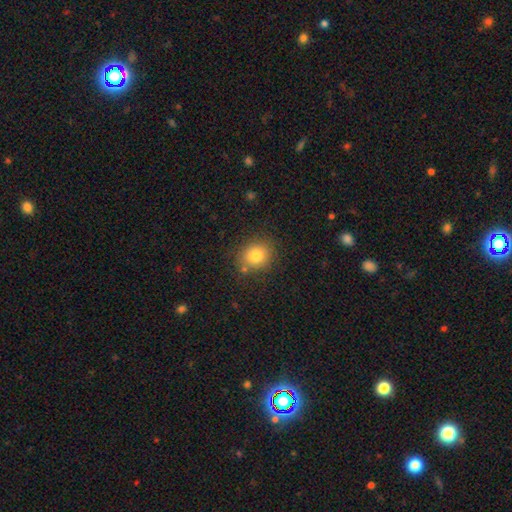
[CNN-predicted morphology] A smooth galaxy with no disk features (81%) that is round (69%). Merging: none (80%).